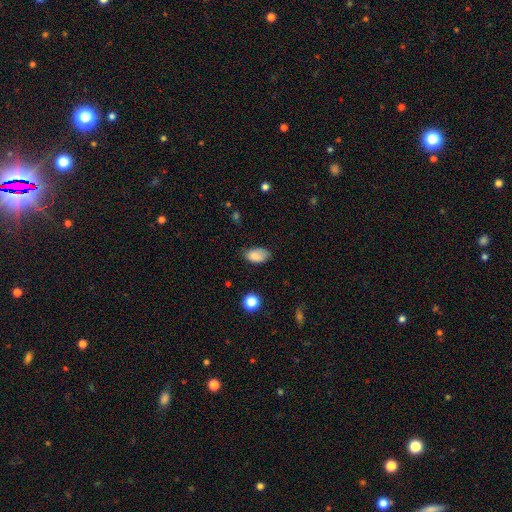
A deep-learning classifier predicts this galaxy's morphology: The model was most divided on "merging": none: 71%, minor disturbance: 23%, major disturbance: 5%, merger: 1%. More confident: how rounded — in between (92%); smooth or featured — smooth (86%).